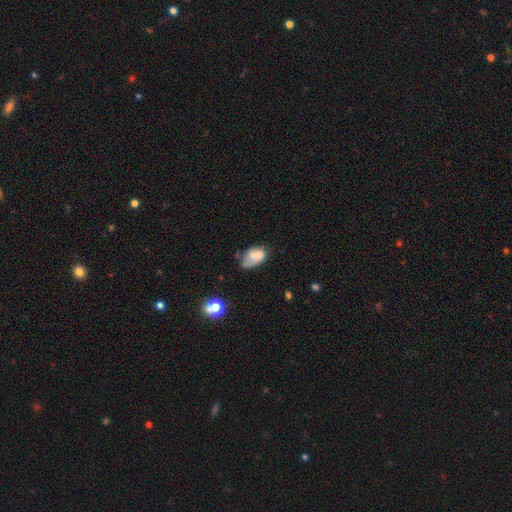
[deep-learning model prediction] Overall: smooth (68%). How rounded: in between (90%). Merging: minor disturbance (38%; none 34%).